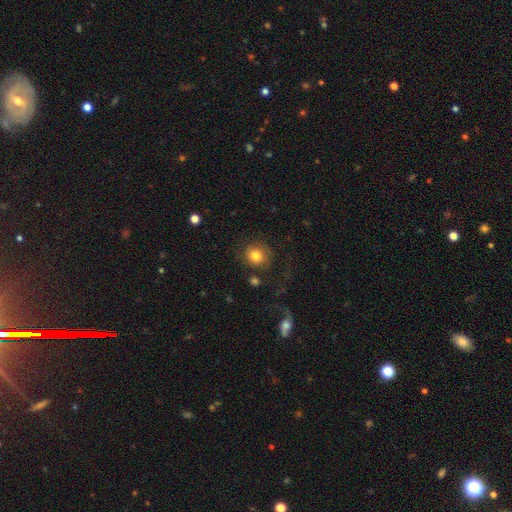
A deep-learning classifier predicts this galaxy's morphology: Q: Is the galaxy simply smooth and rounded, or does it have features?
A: smooth — 80%.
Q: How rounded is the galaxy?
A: round — 88%.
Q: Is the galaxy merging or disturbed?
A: none — 76%.